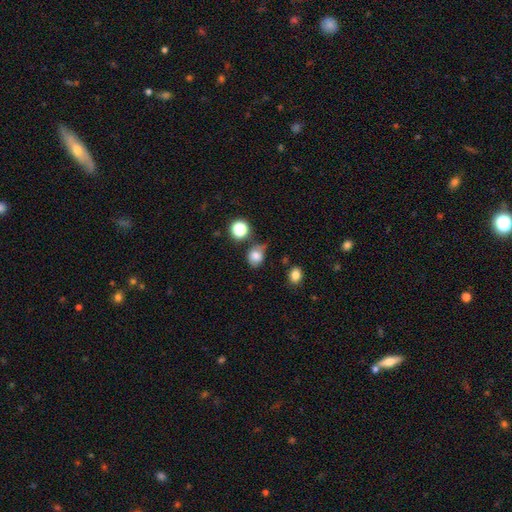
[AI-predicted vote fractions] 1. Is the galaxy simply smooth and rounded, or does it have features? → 78% smooth, 13% star or artifact, 9% featured or disk.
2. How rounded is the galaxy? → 59% round, 40% in between, 1% cigar-shaped.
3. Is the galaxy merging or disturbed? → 48% none, 32% minor disturbance, 12% major disturbance, 8% merger.